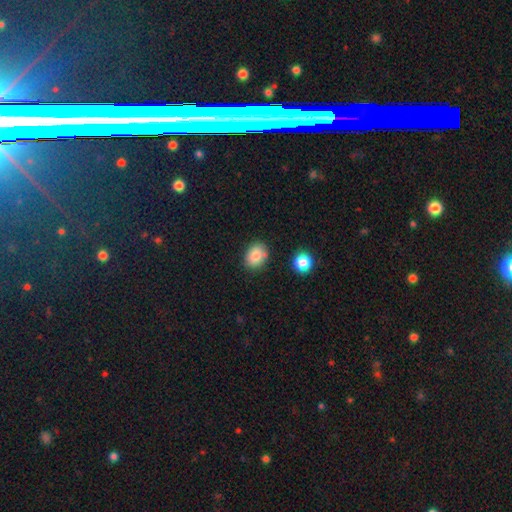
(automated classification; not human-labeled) The model was most divided on "how rounded": in between: 59%, round: 40%, cigar-shaped: 1%. More confident: smooth or featured — smooth (84%); merging — none (80%).